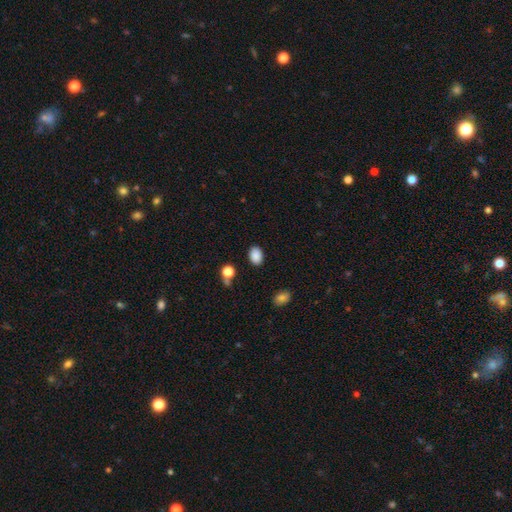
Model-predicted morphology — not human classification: smooth_or_featured: smooth (p=0.87) [alt: star or artifact p=0.09]
how_rounded: in between (p=0.77) [alt: round p=0.22]
merging: none (p=0.86) [alt: minor disturbance p=0.09]